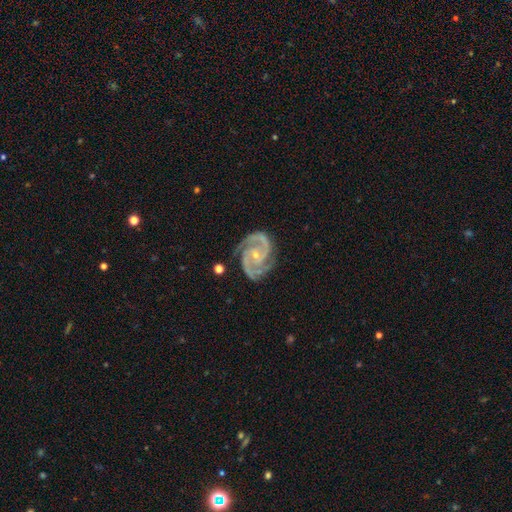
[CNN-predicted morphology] Smooth or featured?
  - featured or disk: 94% *
  - star or artifact: 4%
  - smooth: 2%
Edge-on disk?
  - no: 98% *
  - yes: 2%
Bar?
  - no: 61% *
  - weak: 28%
  - strong: 11%
Spiral arms?
  - yes: 99% *
  - no: 1%
Spiral winding?
  - tight: 51% *
  - medium: 44%
  - loose: 5%
Spiral arm count?
  - 2: 67% *
  - 3: 22%
  - can't tell: 3%
  - 4: 3%
  - 1: 2%
  - more than 4: 2%
Bulge size?
  - small: 74% *
  - moderate: 22%
  - none: 2%
  - large: 1%
  - dominant: 1%
Merging?
  - none: 77% *
  - minor disturbance: 17%
  - major disturbance: 5%
  - merger: 2%